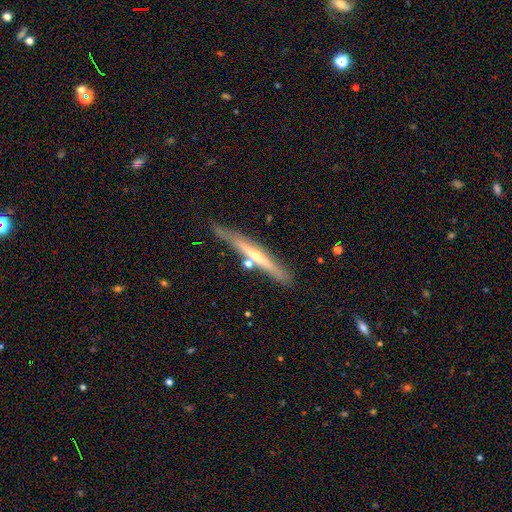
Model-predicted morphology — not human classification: featured or disk 64%, smooth 29%, star or artifact 7%. Down the decision tree: edge-on disk — yes (95%); edge-on bulge — rounded (48%); merging — none (79%).